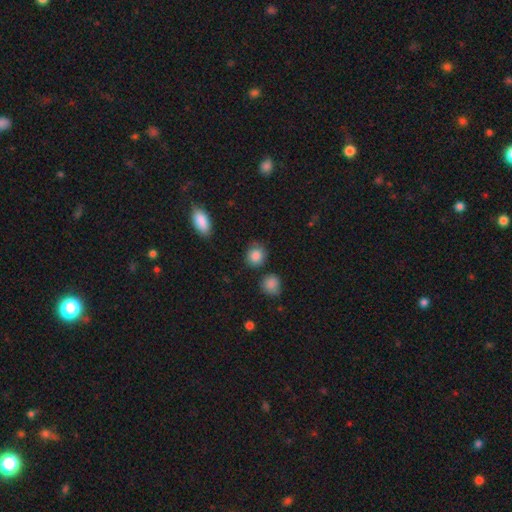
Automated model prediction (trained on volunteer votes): smooth-or-featured: smooth: 87% | star or artifact: 9% | featured or disk: 5%
  how-rounded: round: 77% | in between: 22% | cigar-shaped: 1%
  merging: none: 77% | minor disturbance: 15% | merger: 5% | major disturbance: 4%